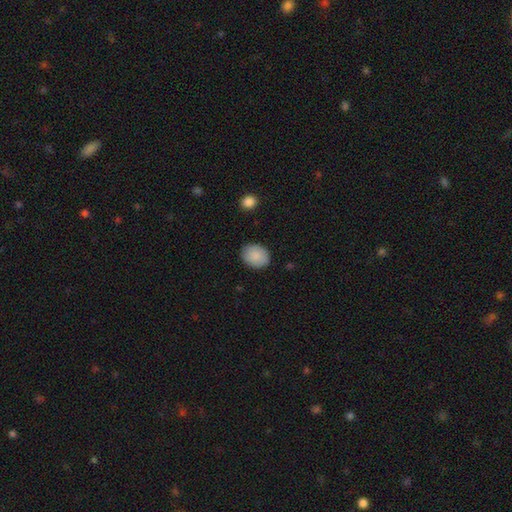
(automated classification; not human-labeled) Smooth or featured? smooth (88%)
How rounded? round (53%)
Merging? none (87%)